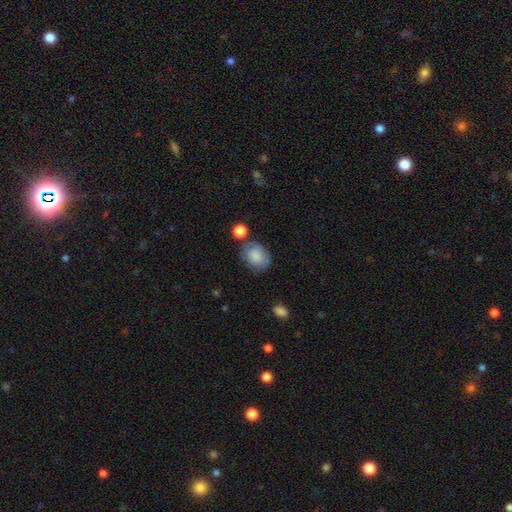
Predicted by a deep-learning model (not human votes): A smooth galaxy with no disk features (78%) that is in between round and cigar-shaped (54%). Merging: none (62%).